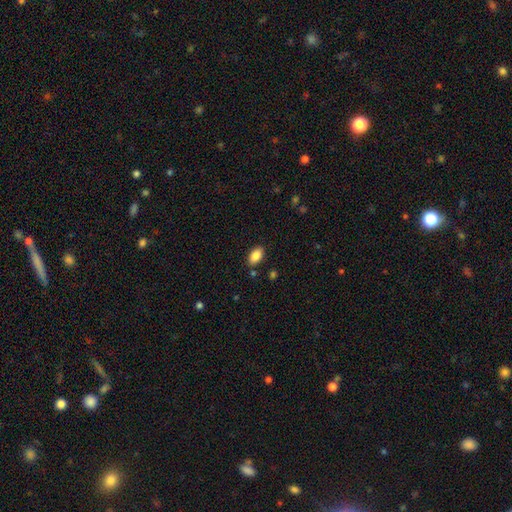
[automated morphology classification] This is clearly a smooth galaxy (87%). How rounded: clearly in between (93%). Merging: clearly none (86%).